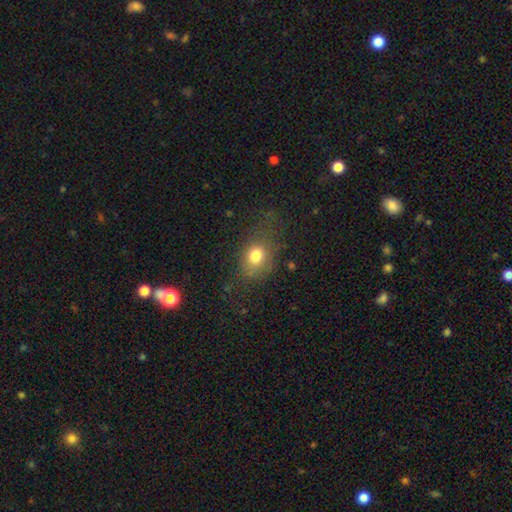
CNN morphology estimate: smooth_or_featured: smooth (p=0.77) [alt: star or artifact p=0.12]
how_rounded: in between (p=0.57) [alt: round p=0.41]
merging: none (p=0.61) [alt: minor disturbance p=0.22]